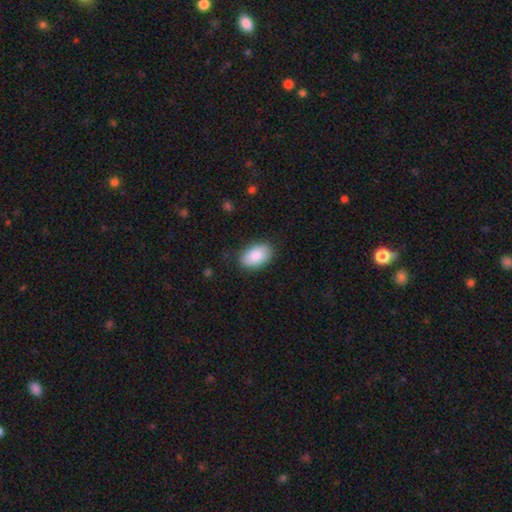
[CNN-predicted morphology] Q: Smooth or featured?
A: smooth (86%); runner-up: featured or disk (8%)
Q: How rounded?
A: in between (93%); runner-up: round (6%)
Q: Merging?
A: none (82%); runner-up: minor disturbance (14%)